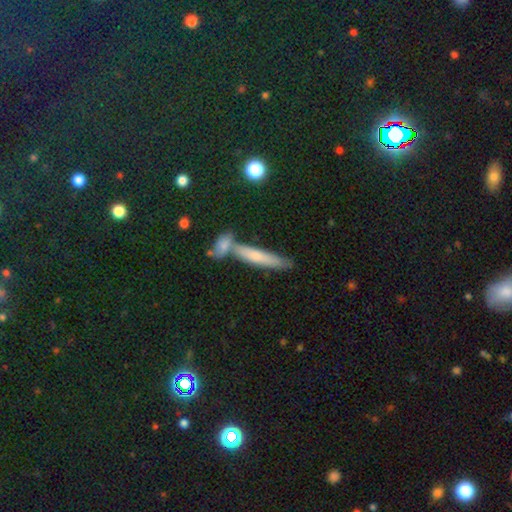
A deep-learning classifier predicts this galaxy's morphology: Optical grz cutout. It shows a smooth galaxy with no disk features (63%) that is cigar-shaped (87%). Merging: none (58%).